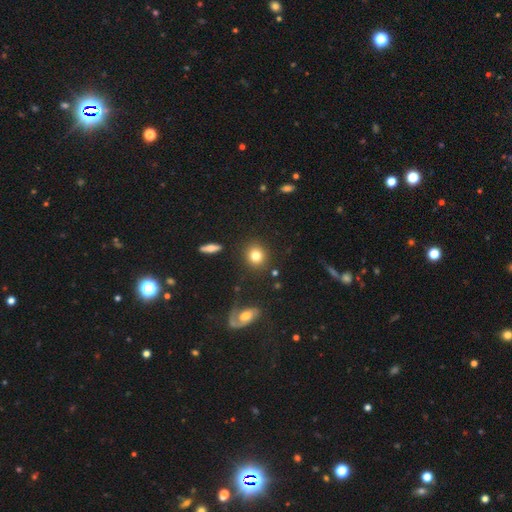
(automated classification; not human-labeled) smooth 81%, featured or disk 10%, star or artifact 9%. Down the decision tree: how rounded — round (82%); merging — none (87%).